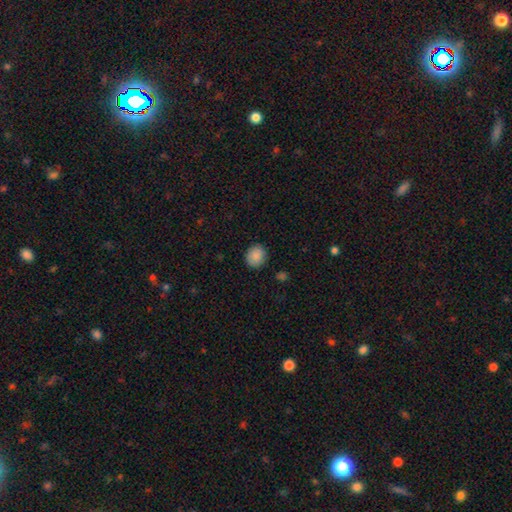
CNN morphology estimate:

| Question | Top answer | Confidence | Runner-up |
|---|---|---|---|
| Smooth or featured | smooth | 89% | star or artifact (8%) |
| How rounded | round | 75% | in between (24%) |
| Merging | none | 89% | minor disturbance (8%) |